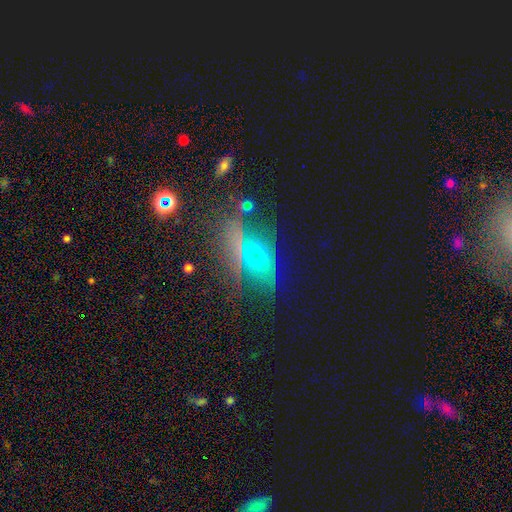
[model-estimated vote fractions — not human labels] Smooth or featured? smooth (37%)
Merging? none (63%)